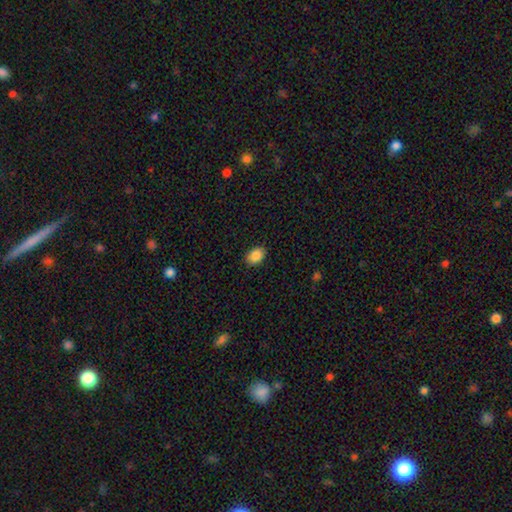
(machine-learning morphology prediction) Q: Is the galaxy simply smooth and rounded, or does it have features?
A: smooth — 87%.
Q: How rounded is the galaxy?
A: in between — 75%.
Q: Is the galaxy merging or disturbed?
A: none — 88%.